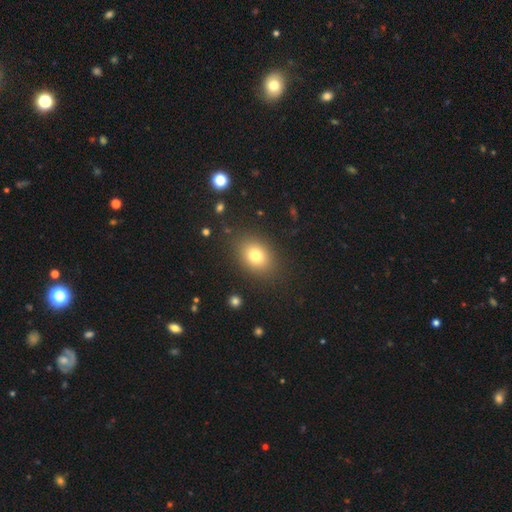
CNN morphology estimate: smooth-or-featured: smooth: 78% | star or artifact: 12% | featured or disk: 10%
  how-rounded: in between: 60% | round: 39% | cigar-shaped: 1%
  merging: none: 85% | minor disturbance: 10% | major disturbance: 4% | merger: 2%